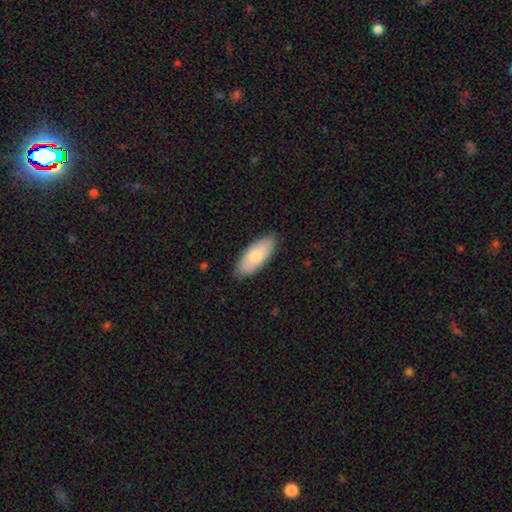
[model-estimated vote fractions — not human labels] Smooth or featured?
  - smooth: 77% *
  - featured or disk: 17%
  - star or artifact: 5%
How rounded?
  - in between: 82% *
  - cigar-shaped: 16%
  - round: 2%
Merging?
  - none: 85% *
  - minor disturbance: 12%
  - major disturbance: 2%
  - merger: 1%